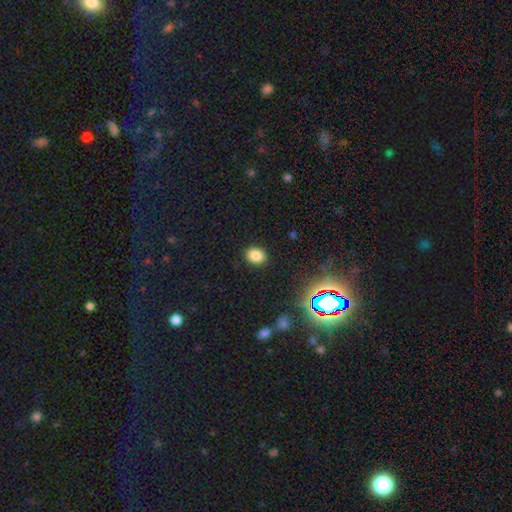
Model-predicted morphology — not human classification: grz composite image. It shows a smooth galaxy with no disk features (83%) that is in between round and cigar-shaped (57%). Merging: none (89%).